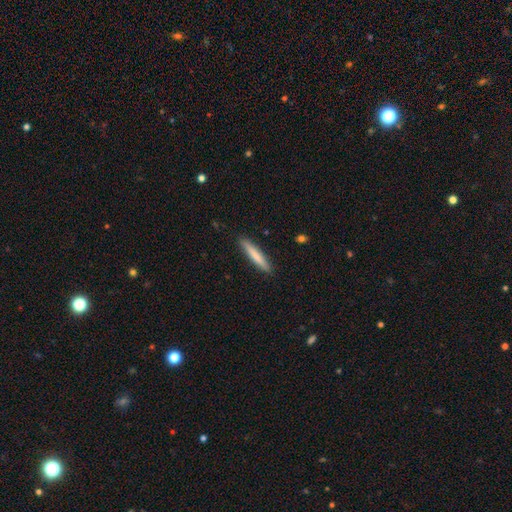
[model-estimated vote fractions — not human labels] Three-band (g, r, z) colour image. It shows a smooth galaxy with no disk features (76%) that is cigar-shaped (93%). Merging: none (91%).